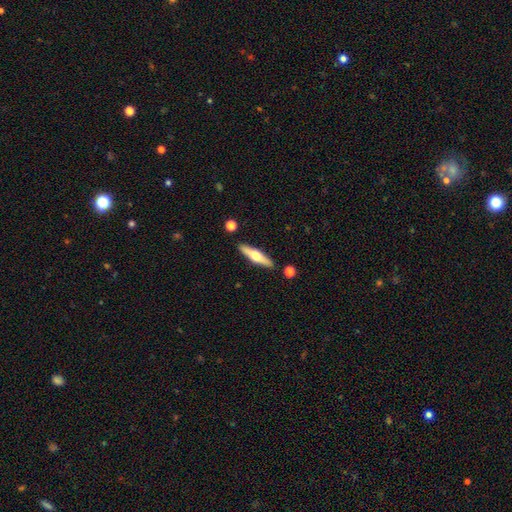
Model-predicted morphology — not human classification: This is possibly a featured or disk galaxy (54%). It is clearly viewed edge-on (93%). Edge-on bulge: clearly rounded (94%). Merging: clearly none (88%).